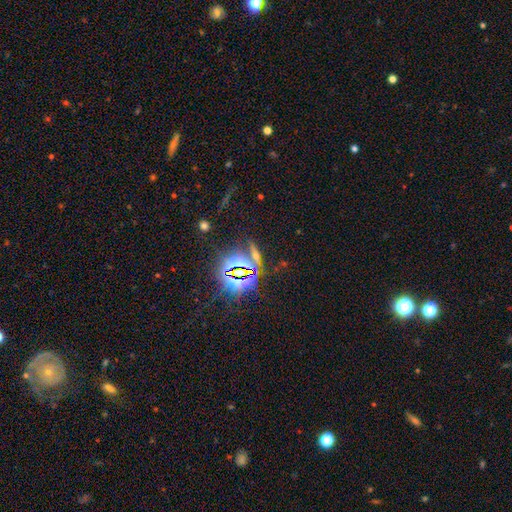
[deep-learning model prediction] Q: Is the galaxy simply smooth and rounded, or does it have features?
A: star or artifact — 59%.